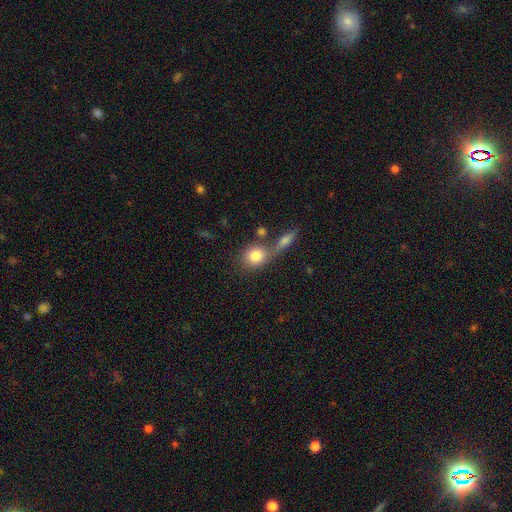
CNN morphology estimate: A smooth galaxy with no disk features (80%) that is round (64%).

Vote fractions:
- Smooth or featured? smooth: 80% / featured or disk: 11% / star or artifact: 9%
- How rounded? round: 64% / in between: 33% / cigar-shaped: 2%
- Merging? none: 50% / merger: 34% / minor disturbance: 11% / major disturbance: 5%